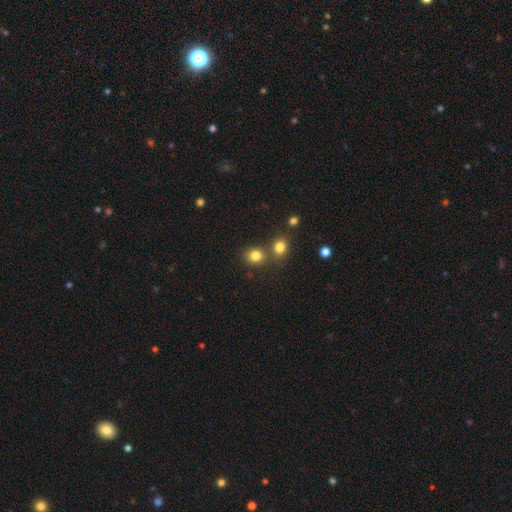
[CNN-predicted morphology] A smooth galaxy with no disk features (81%) that is round (73%). Merging: none (62%).